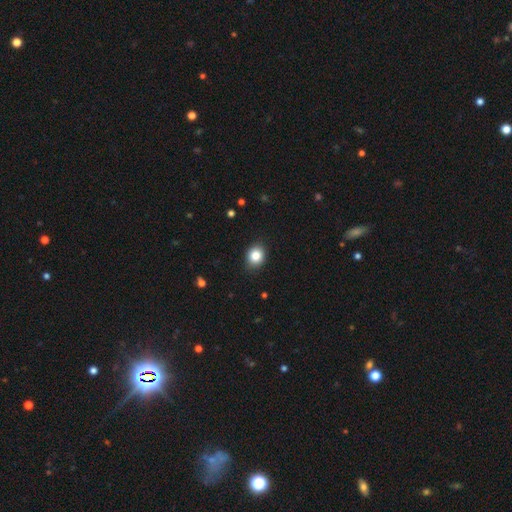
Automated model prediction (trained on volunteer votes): The model was most divided on "how rounded": round: 66%, in between: 33%, cigar-shaped: 1%. More confident: merging — none (88%); smooth or featured — smooth (84%).